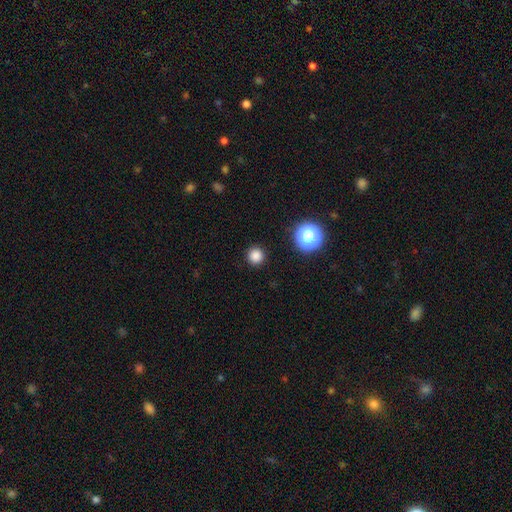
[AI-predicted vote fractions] Q: Smooth or featured?
A: smooth (83%); runner-up: star or artifact (14%)
Q: How rounded?
A: round (96%); runner-up: in between (4%)
Q: Merging?
A: none (92%); runner-up: minor disturbance (5%)